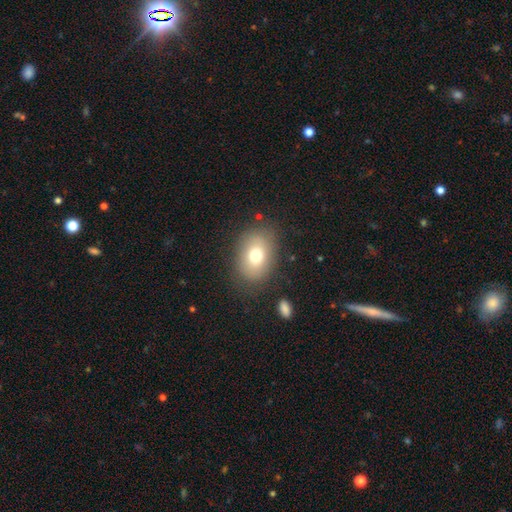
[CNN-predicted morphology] Smooth or featured? smooth (73%)
How rounded? in between (71%)
Merging? none (81%)